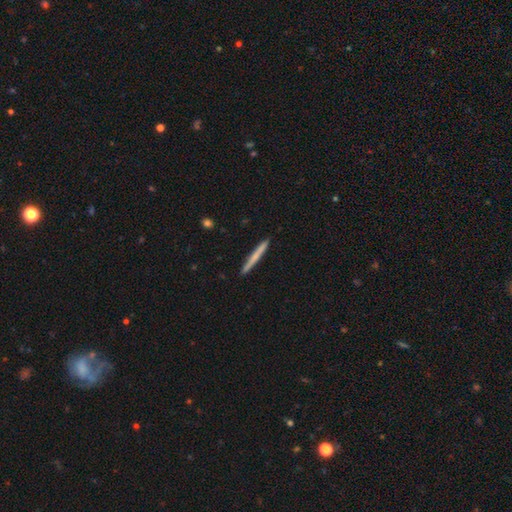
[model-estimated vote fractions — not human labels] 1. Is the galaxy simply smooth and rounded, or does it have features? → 59% smooth, 36% featured or disk, 5% star or artifact.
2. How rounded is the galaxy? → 97% cigar-shaped, 2% in between, 1% round.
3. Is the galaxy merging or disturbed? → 92% none, 6% minor disturbance, 1% major disturbance, 1% merger.